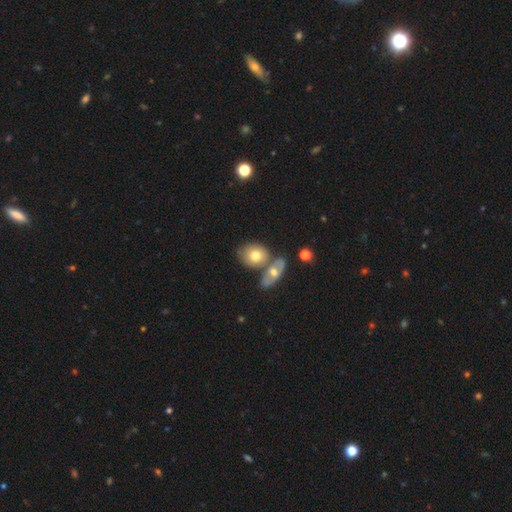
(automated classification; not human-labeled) smooth-or-featured: smooth: 68% | featured or disk: 25% | star or artifact: 7%
  how-rounded: in between: 53% | round: 45% | cigar-shaped: 2%
  merging: none: 46% | merger: 38% | minor disturbance: 13% | major disturbance: 4%